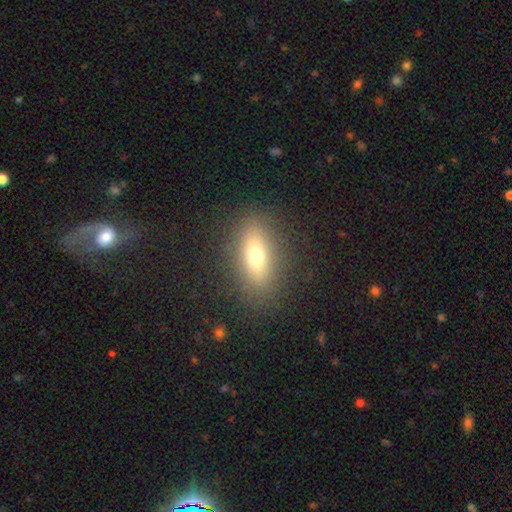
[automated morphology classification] Smooth or featured? Predicted: smooth (p=0.66). How rounded? Predicted: in between (p=0.66). Merging? Predicted: none (p=0.86).